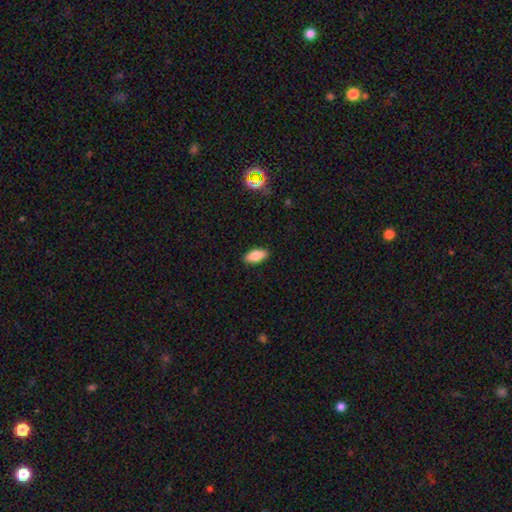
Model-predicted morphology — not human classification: This is clearly a smooth galaxy (81%). How rounded: clearly in between (87%). Merging: clearly none (89%).